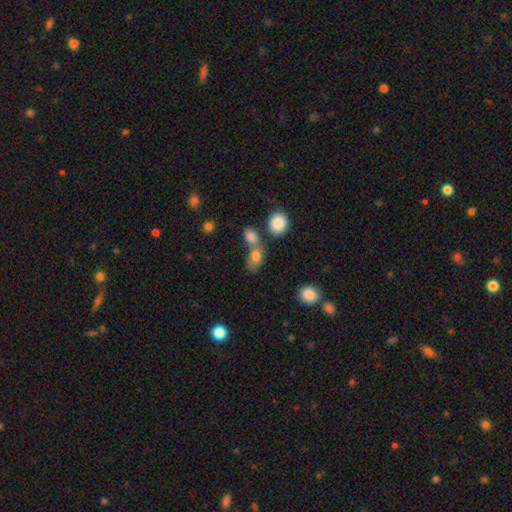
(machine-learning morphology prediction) Smooth or featured?
  - smooth: 78% *
  - featured or disk: 12%
  - star or artifact: 11%
How rounded?
  - in between: 77% *
  - round: 19%
  - cigar-shaped: 3%
Merging?
  - merger: 48% *
  - none: 33%
  - minor disturbance: 12%
  - major disturbance: 8%